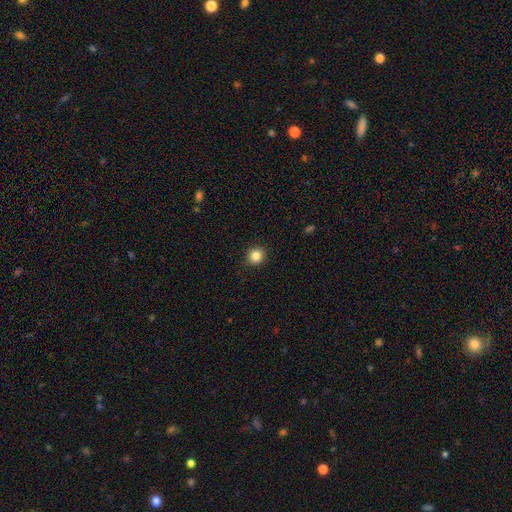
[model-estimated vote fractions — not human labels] Overall: smooth (85%). How rounded: round (90%). Merging: none (92%).